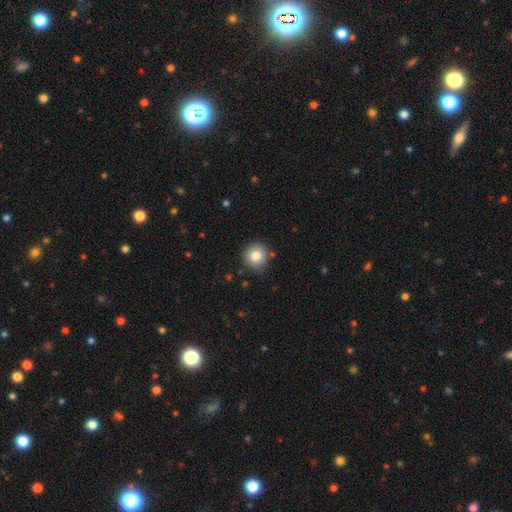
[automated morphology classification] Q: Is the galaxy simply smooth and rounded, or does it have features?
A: smooth — 82%.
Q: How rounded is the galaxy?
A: round — 92%.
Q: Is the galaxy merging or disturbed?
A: none — 84%.